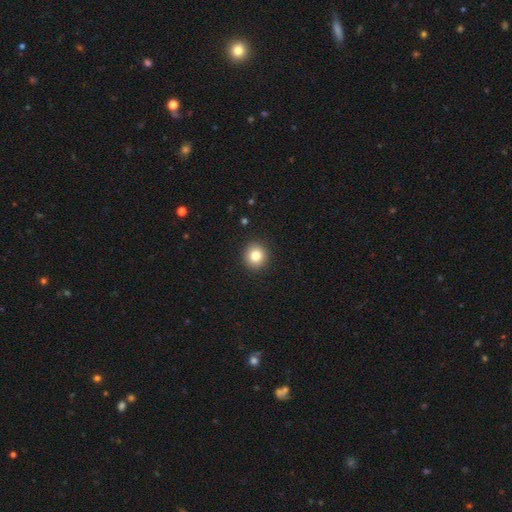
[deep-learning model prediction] Q: Smooth or featured?
A: smooth (81%); runner-up: star or artifact (11%)
Q: How rounded?
A: round (92%); runner-up: in between (7%)
Q: Merging?
A: none (92%); runner-up: minor disturbance (5%)